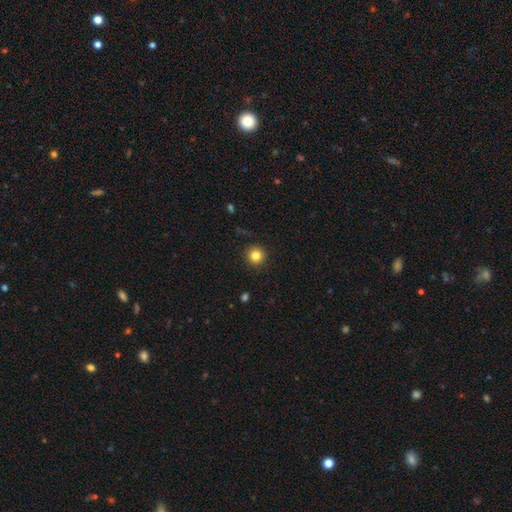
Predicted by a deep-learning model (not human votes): Smooth or featured? smooth (83%)
How rounded? round (95%)
Merging? none (92%)